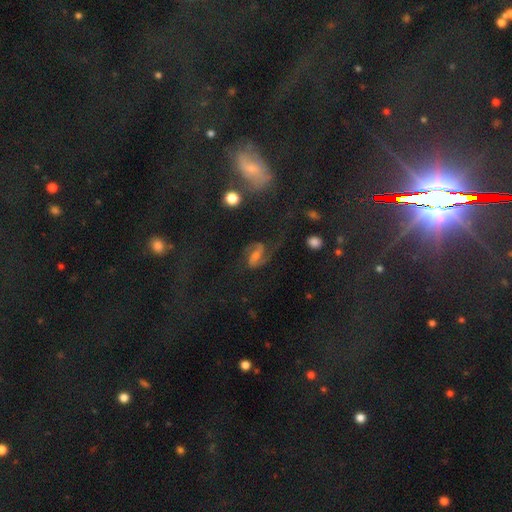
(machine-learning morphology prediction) The model was most divided on "bulge size": moderate: 45%, small: 42%, large: 6%, none: 5%, dominant: 2%. Remaining: edge-on disk — no (96%); spiral arms — yes (92%); spiral arm count — 2 (88%); smooth or featured — featured or disk (69%); merging — none (57%); spiral winding — medium (45%); bar — weak (44%).